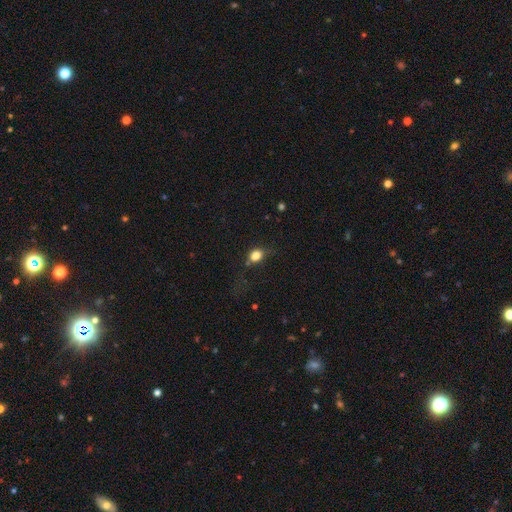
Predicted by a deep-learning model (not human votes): Smooth or featured?
  - smooth: 80% *
  - star or artifact: 12%
  - featured or disk: 8%
How rounded?
  - round: 55% *
  - in between: 43%
  - cigar-shaped: 2%
Merging?
  - none: 54% *
  - minor disturbance: 25%
  - major disturbance: 16%
  - merger: 5%